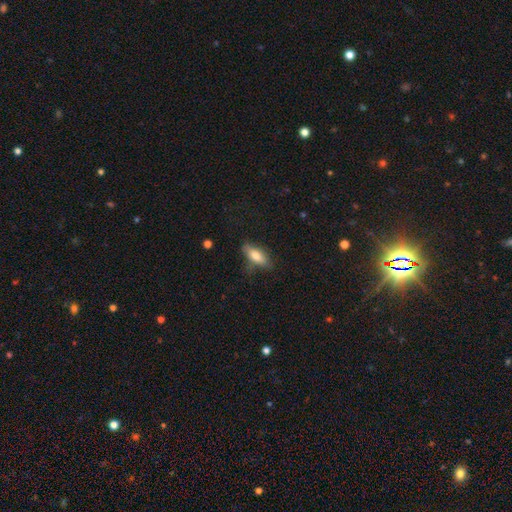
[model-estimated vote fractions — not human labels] A smooth galaxy with no disk features (72%) that is in between round and cigar-shaped (64%). Merging: none (69%).